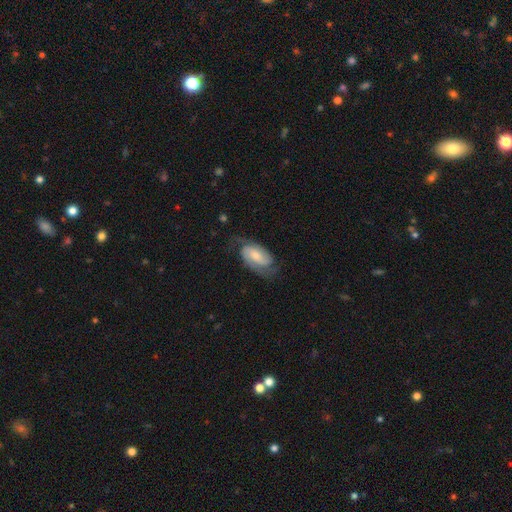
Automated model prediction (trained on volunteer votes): Morphology: type=featured or disk (75%); edge-on=no (96%); bar=no (49%); spiral arms=yes (95%); winding=medium (44%); arm count=2 (86%); bulge=moderate (37%); merging=none (67%).